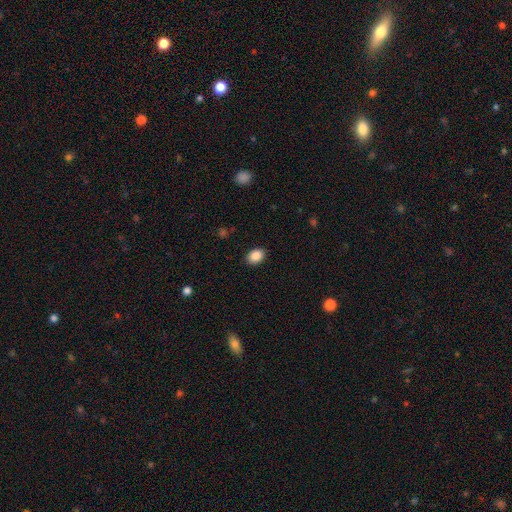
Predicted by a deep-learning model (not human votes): This appears to be a smooth galaxy with no disk features (89%) that is in between round and cigar-shaped (72%). Merging: none (88%).